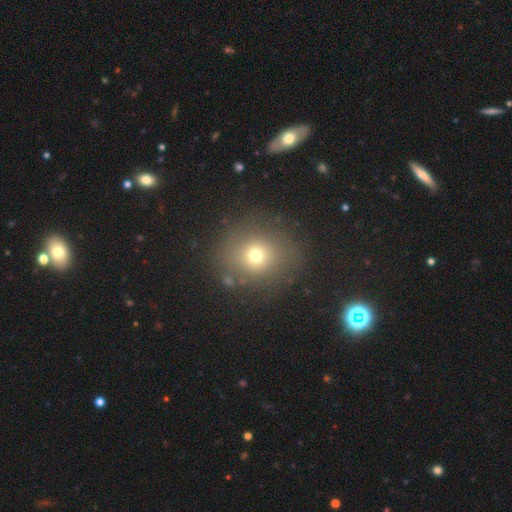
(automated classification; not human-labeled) Smooth or featured? Predicted: smooth (p=0.68). How rounded? Predicted: round (p=0.83). Merging? Predicted: none (p=0.82).